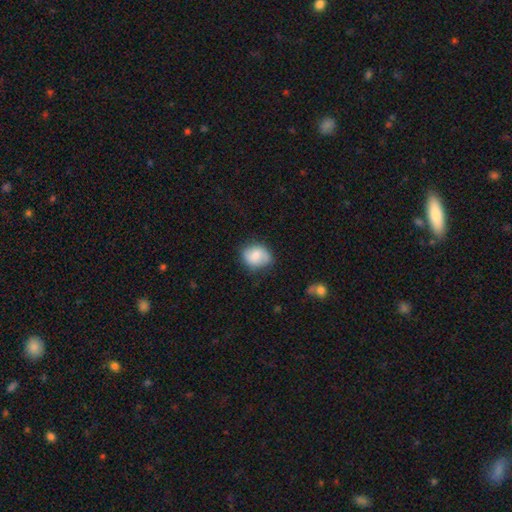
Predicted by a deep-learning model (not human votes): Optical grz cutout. It shows a smooth galaxy with no disk features (74%) that is round (50%). Merging: none (70%).